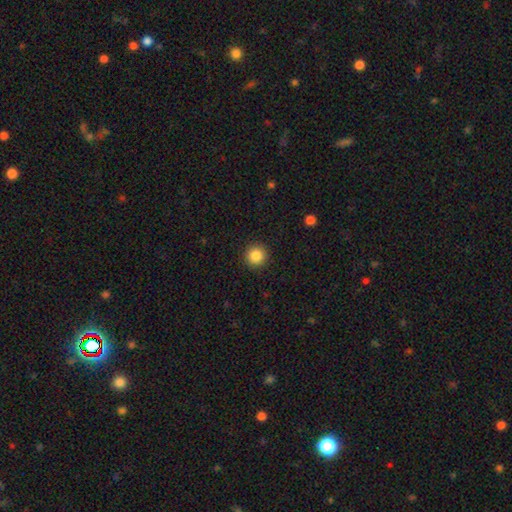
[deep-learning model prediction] The model was most divided on "smooth or featured": smooth: 86%, star or artifact: 10%, featured or disk: 4%. More confident: how rounded — round (95%); merging — none (92%).